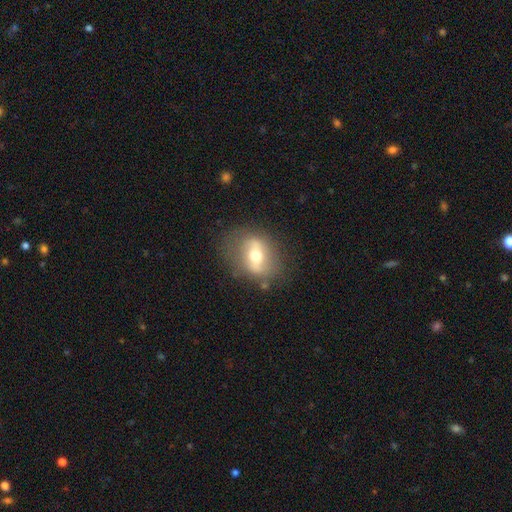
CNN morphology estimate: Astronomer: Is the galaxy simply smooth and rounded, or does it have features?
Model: featured or disk — 60%.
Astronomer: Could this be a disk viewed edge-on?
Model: no — 82%.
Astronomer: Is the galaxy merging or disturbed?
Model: none — 75%.